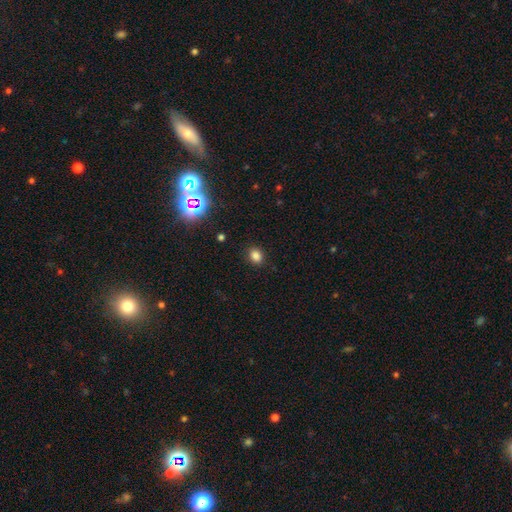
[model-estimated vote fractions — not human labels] Smooth or featured? smooth (80%)
How rounded? in between (50%)
Merging? none (88%)